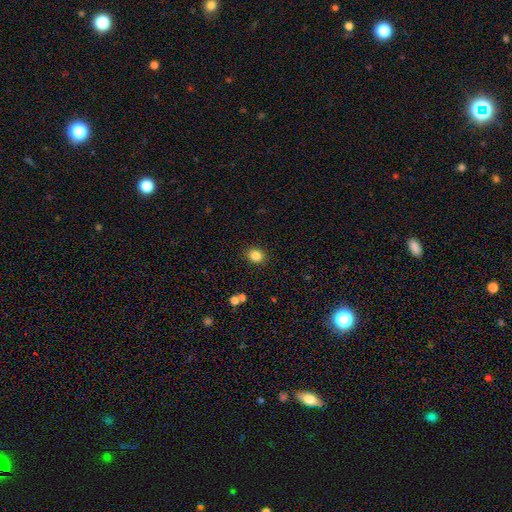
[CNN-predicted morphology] The model was most divided on "how rounded": round: 68%, in between: 31%, cigar-shaped: 1%. More confident: merging — none (89%); smooth or featured — smooth (85%).